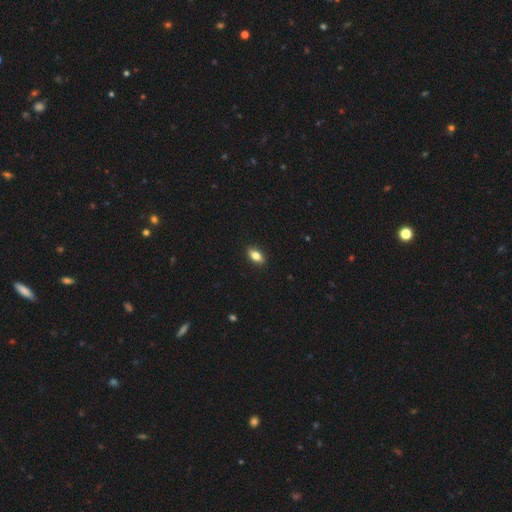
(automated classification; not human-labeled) Overall: smooth (75%). How rounded: in between (85%). Merging: none (89%).